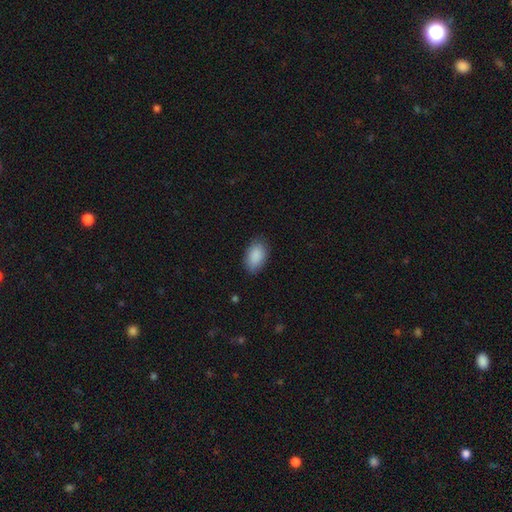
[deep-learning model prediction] This appears to be a smooth galaxy with no disk features (90%) that is in between round and cigar-shaped (92%). Merging: none (84%).